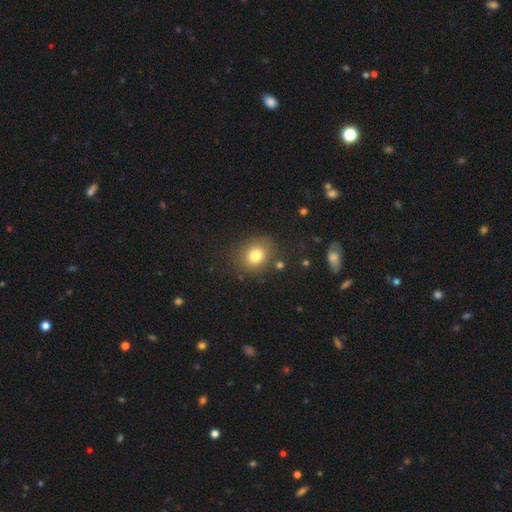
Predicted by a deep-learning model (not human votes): Smooth or featured: smooth — 79% (star or artifact — 11%)
How rounded: round — 67% (in between — 32%)
Merging: none — 82% (minor disturbance — 11%)